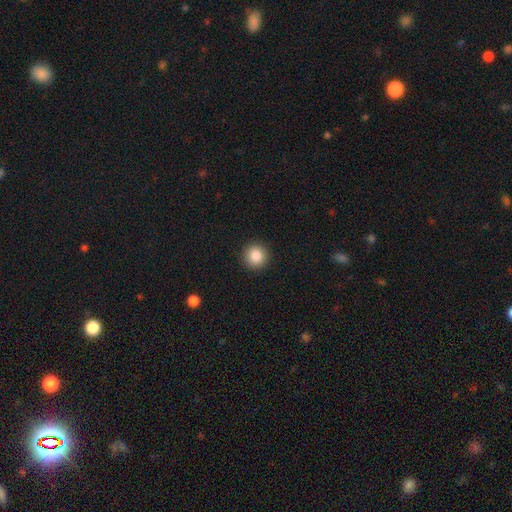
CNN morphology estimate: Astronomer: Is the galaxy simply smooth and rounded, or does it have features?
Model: smooth — 86%.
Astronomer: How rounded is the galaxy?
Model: round — 95%.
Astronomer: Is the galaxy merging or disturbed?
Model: none — 92%.